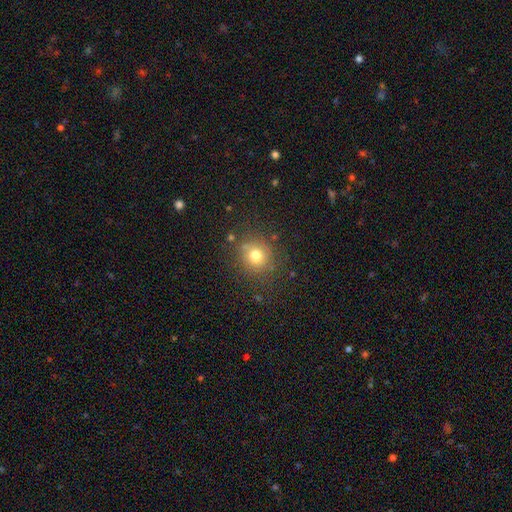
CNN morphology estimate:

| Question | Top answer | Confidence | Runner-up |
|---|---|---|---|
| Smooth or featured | smooth | 75% | star or artifact (16%) |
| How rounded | round | 89% | in between (10%) |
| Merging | none | 81% | minor disturbance (11%) |